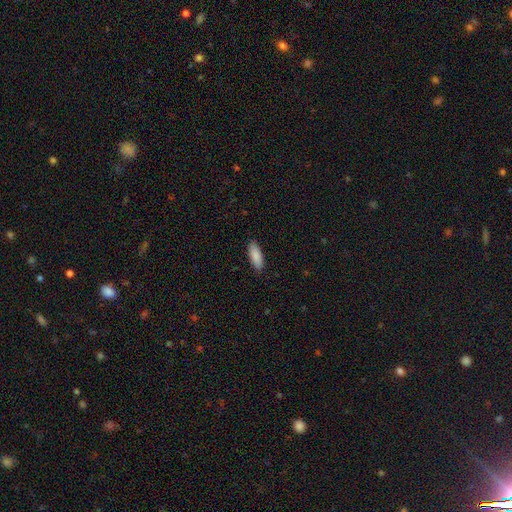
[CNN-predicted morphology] smooth 89%, star or artifact 6%, featured or disk 5%. Down the decision tree: how rounded — in between (67%); merging — none (88%).